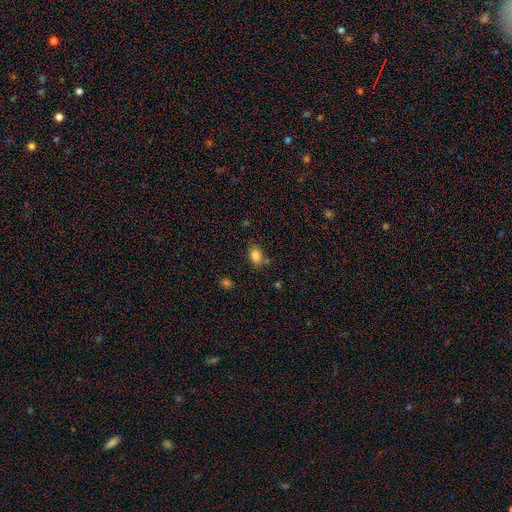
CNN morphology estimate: The model was most divided on "merging": none: 72%, minor disturbance: 17%, merger: 8%, major disturbance: 4%. More confident: smooth or featured — smooth (83%); how rounded — in between (81%).